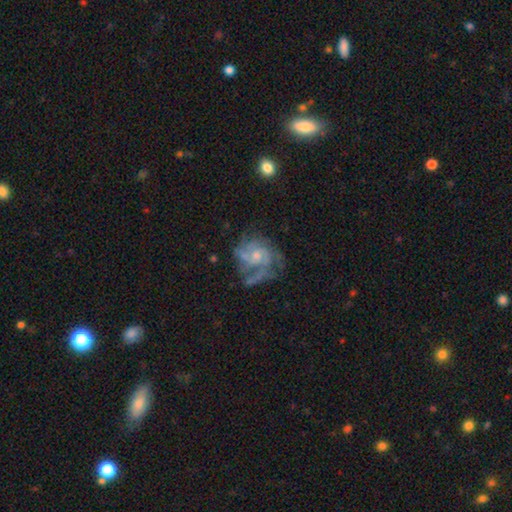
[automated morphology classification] Smooth or featured: featured or disk — 78% (smooth — 14%)
Edge-on disk: no — 98% (yes — 2%)
Bar: no — 73% (weak — 23%)
Spiral arms: yes — 83% (no — 17%)
Spiral winding: medium — 42% (tight — 39%)
Spiral arm count: can't tell — 34% (3 — 23%)
Bulge size: small — 49% (moderate — 41%)
Merging: none — 46% (major disturbance — 28%)